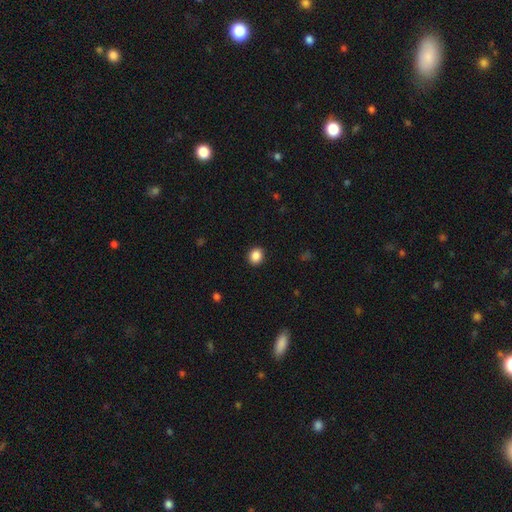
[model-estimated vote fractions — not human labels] smooth_or_featured: smooth (p=0.87) [alt: star or artifact p=0.10]
how_rounded: round (p=0.72) [alt: in between p=0.27]
merging: none (p=0.91) [alt: minor disturbance p=0.06]